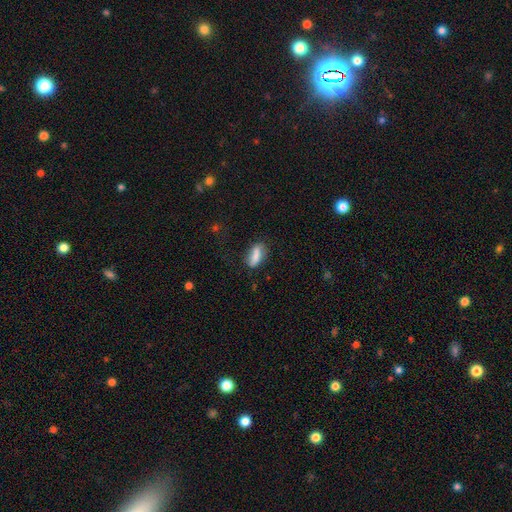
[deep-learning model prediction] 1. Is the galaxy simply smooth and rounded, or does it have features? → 74% smooth, 18% featured or disk, 8% star or artifact.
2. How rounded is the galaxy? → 72% in between, 24% cigar-shaped, 4% round.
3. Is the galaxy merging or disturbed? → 68% none, 21% minor disturbance, 7% major disturbance, 4% merger.